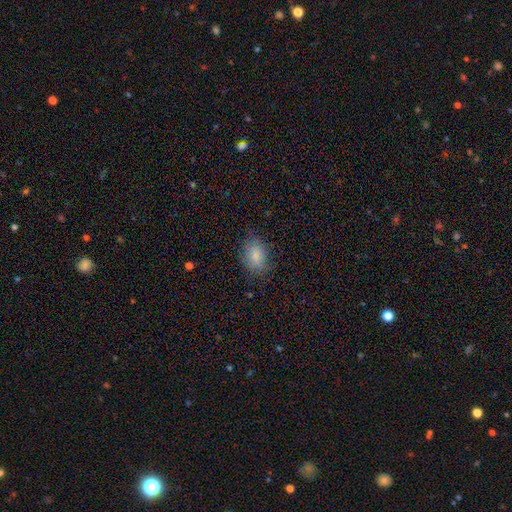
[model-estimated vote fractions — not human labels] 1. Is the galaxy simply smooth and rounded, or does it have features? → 84% smooth, 8% star or artifact, 8% featured or disk.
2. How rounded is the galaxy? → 84% in between, 14% round, 2% cigar-shaped.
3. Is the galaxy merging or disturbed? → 73% none, 20% minor disturbance, 6% major disturbance, 1% merger.